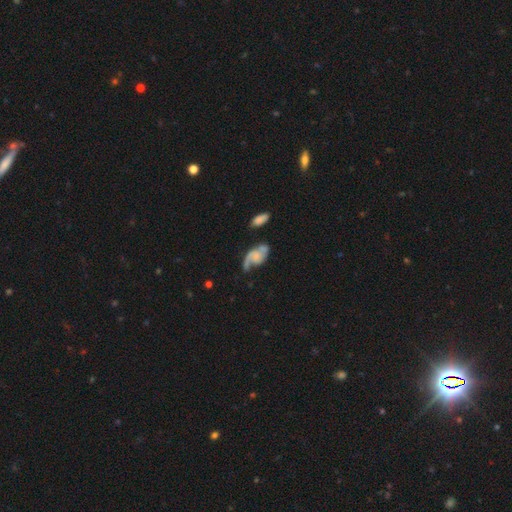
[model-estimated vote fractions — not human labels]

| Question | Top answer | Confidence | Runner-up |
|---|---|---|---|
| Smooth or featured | featured or disk | 72% | smooth (21%) |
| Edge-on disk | no | 97% | yes (3%) |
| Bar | no | 68% | weak (27%) |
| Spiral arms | yes | 91% | no (9%) |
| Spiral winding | loose | 49% | medium (36%) |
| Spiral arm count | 2 | 62% | 1 (30%) |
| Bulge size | none | 40% | small (39%) |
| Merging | none | 37% | minor disturbance (23%) |